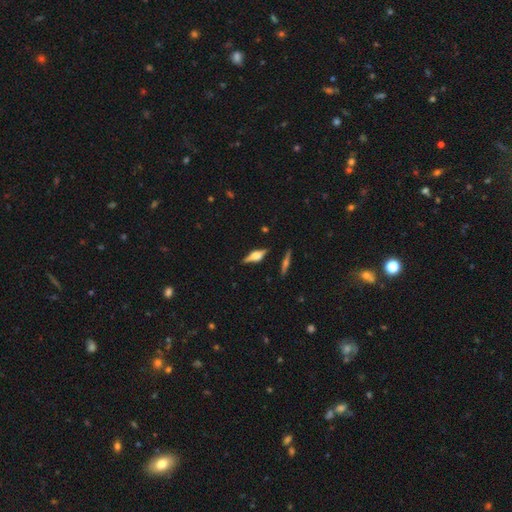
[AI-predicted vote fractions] Smooth or featured: featured or disk — 69% (smooth — 22%)
Edge-on disk: yes — 96% (no — 4%)
Edge-on bulge: rounded — 78% (boxy — 20%)
Merging: none — 82% (minor disturbance — 12%)